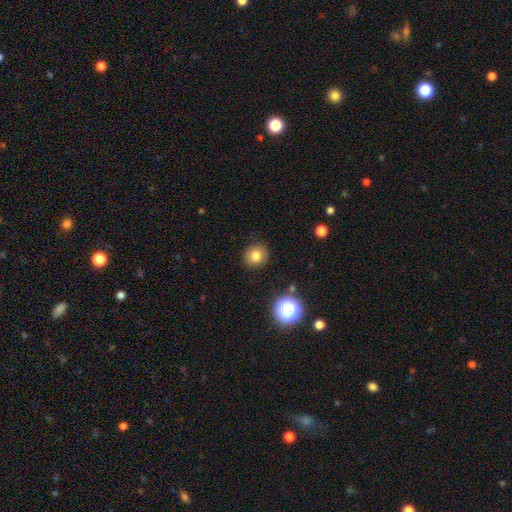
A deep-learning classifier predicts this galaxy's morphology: Smooth or featured? smooth (80%)
How rounded? round (84%)
Merging? none (90%)